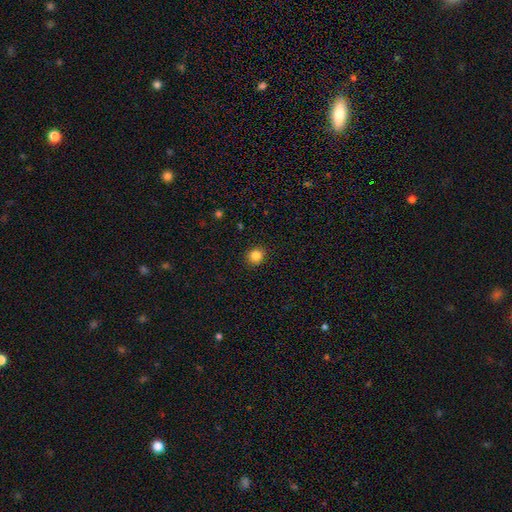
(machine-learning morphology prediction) smooth-or-featured: smooth: 84% | star or artifact: 11% | featured or disk: 5%
  how-rounded: round: 84% | in between: 15% | cigar-shaped: 1%
  merging: none: 91% | minor disturbance: 6% | major disturbance: 2% | merger: 1%